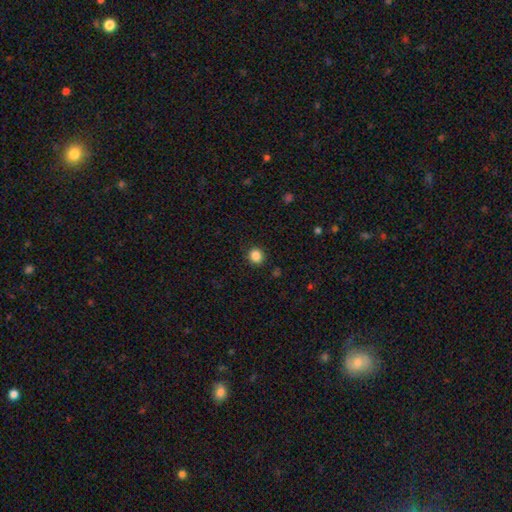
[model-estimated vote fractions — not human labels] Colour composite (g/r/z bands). It shows a smooth galaxy with no disk features (86%) that is round (87%). Merging: none (91%).